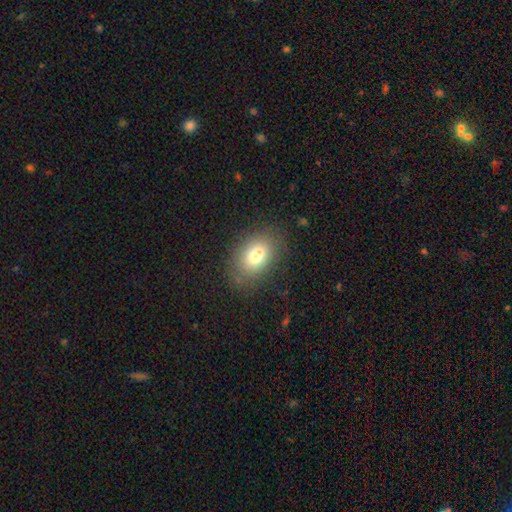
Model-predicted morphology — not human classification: This is likely a smooth galaxy (73%). How rounded: likely in between (79%). Merging: likely none (70%).